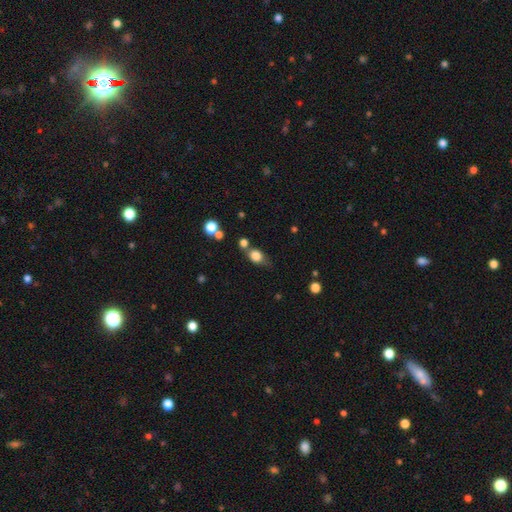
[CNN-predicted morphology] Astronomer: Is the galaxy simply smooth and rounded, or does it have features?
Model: smooth — 79%.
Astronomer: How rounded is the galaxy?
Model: in between — 51% (runner-up: round, 46%).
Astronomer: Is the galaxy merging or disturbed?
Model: none — 54%.